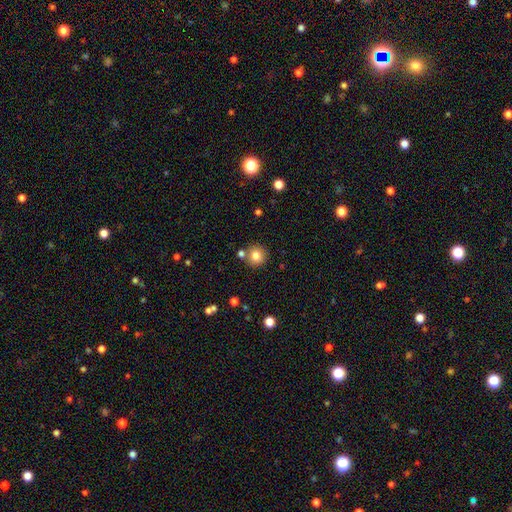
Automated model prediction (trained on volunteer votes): Smooth or featured?
  - smooth: 80% *
  - star or artifact: 12%
  - featured or disk: 8%
How rounded?
  - round: 93% *
  - in between: 6%
  - cigar-shaped: 1%
Merging?
  - none: 81% *
  - merger: 10%
  - minor disturbance: 7%
  - major disturbance: 2%